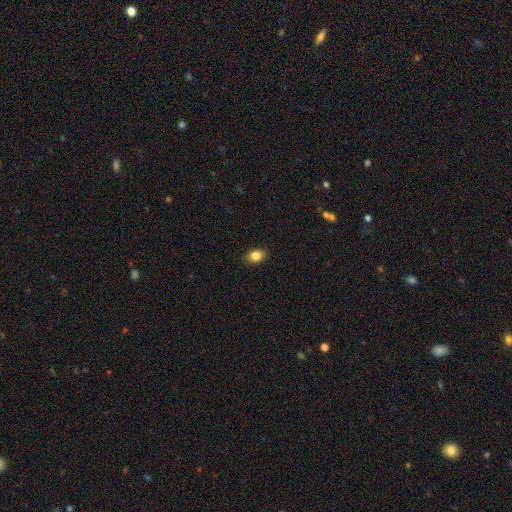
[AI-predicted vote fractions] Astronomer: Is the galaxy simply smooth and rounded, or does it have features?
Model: smooth — 85%.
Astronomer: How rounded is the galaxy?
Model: in between — 63%.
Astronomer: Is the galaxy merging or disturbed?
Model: none — 88%.